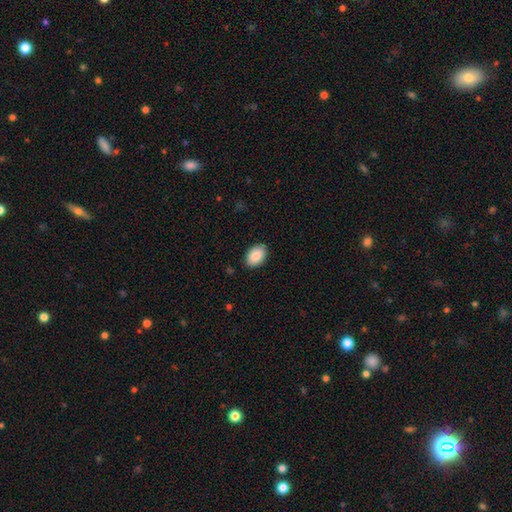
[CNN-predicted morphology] smooth 90%, star or artifact 6%, featured or disk 4%. Down the decision tree: how rounded — in between (89%); merging — none (87%).